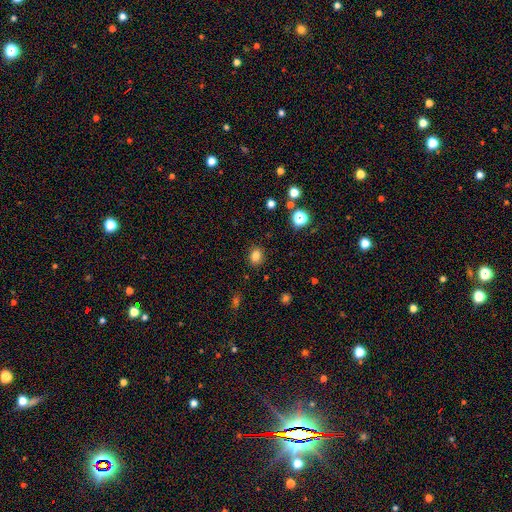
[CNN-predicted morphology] smooth_or_featured: smooth (p=0.81) [alt: star or artifact p=0.13]
how_rounded: round (p=0.53) [alt: in between p=0.46]
merging: none (p=0.88) [alt: minor disturbance p=0.08]